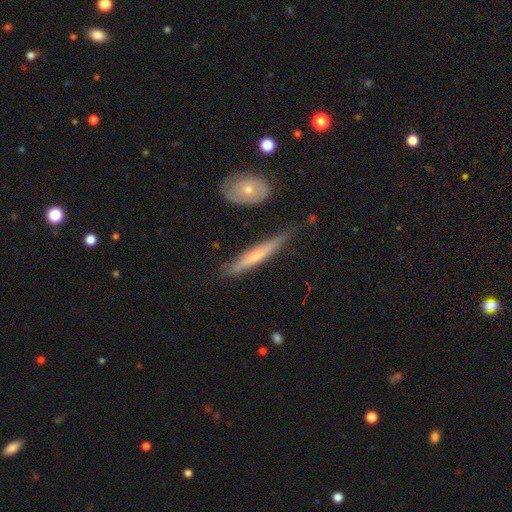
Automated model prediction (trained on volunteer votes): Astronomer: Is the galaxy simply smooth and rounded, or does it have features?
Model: featured or disk — 52% (runner-up: smooth, 42%).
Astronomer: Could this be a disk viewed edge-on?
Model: yes — 90%.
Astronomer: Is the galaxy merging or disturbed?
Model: none — 76%.